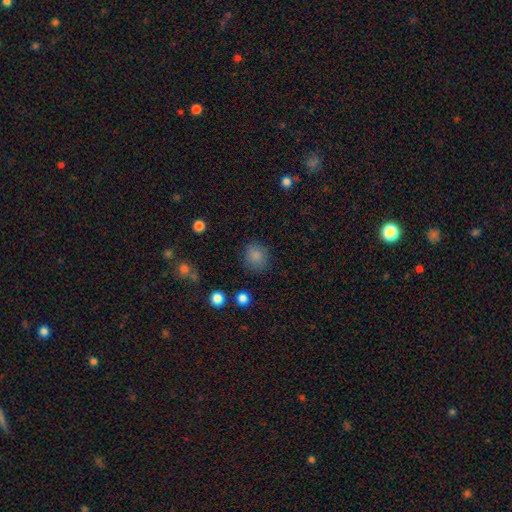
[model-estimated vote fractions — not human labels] A smooth galaxy with no disk features (84%) that is round (68%). Merging: none (83%).